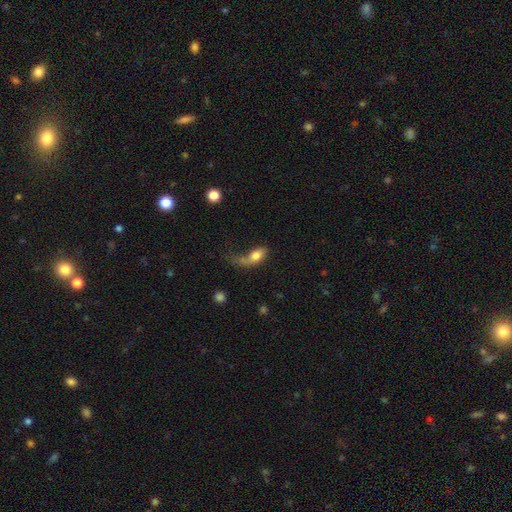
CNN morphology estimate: smooth_or_featured: smooth (p=0.69) [alt: featured or disk p=0.23]
how_rounded: in between (p=0.78) [alt: cigar-shaped p=0.12]
merging: major disturbance (p=0.47) [alt: none p=0.22]